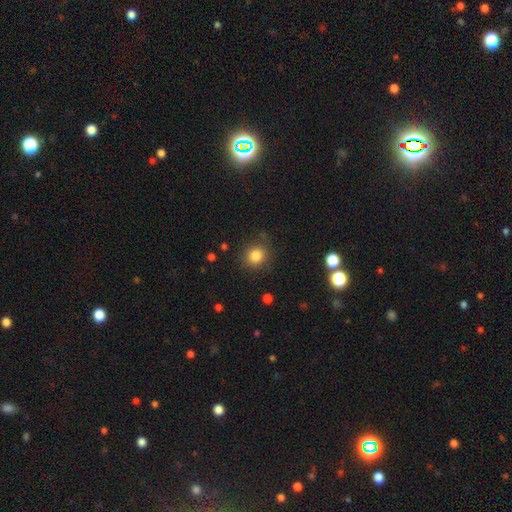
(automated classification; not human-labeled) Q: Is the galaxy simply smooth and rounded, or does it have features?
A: smooth — 83%.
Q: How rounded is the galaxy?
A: round — 87%.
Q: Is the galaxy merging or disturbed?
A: none — 85%.